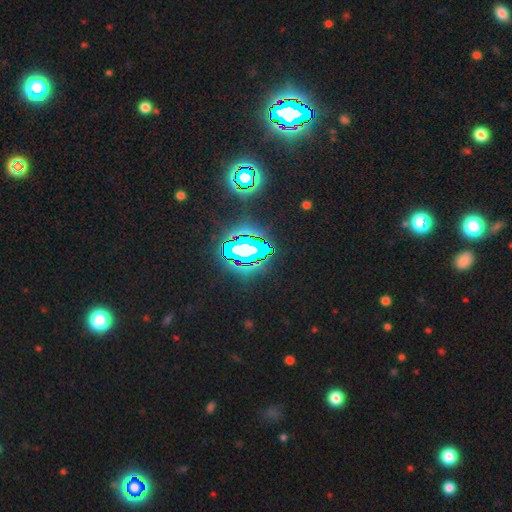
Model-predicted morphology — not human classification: smooth-or-featured: star or artifact: 83% | smooth: 10% | featured or disk: 7%